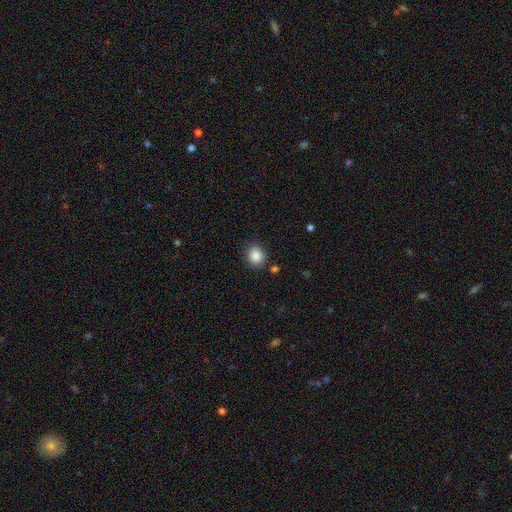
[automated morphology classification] Smooth or featured? smooth (87%)
How rounded? round (73%)
Merging? none (82%)